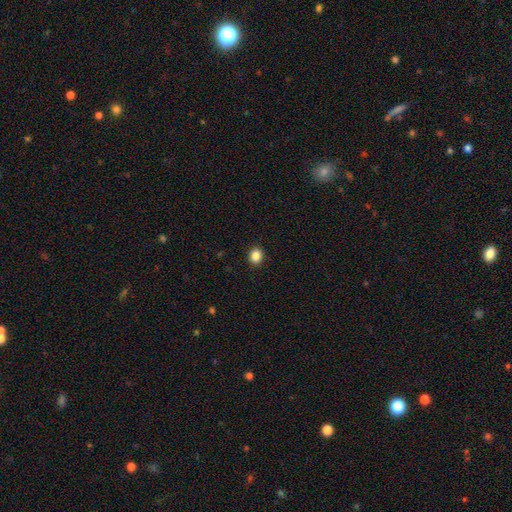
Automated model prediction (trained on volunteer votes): This is clearly a smooth galaxy (86%). How rounded: likely round (68%). Merging: clearly none (92%).